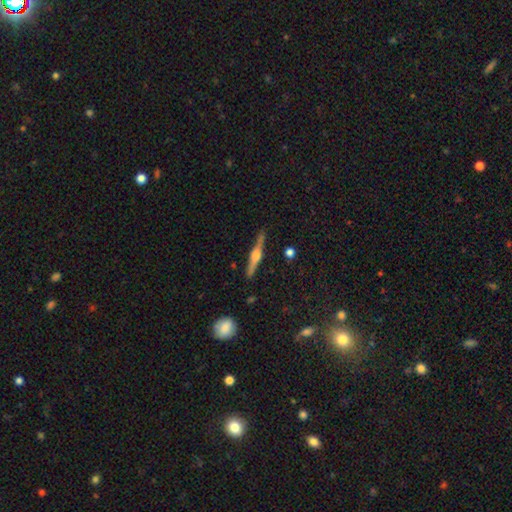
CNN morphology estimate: Overall: featured or disk (81%). Edge-on disk: yes (98%). Edge-on bulge: rounded (92%). Merging: none (89%).